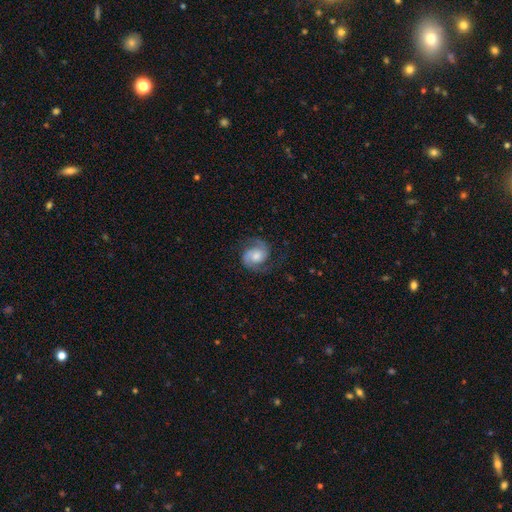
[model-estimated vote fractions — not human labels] Smooth or featured? featured or disk (81%)
Edge-on disk? no (98%)
Bar? no (64%)
Spiral arms? yes (97%)
Spiral winding? medium (52%)
Spiral arm count? 2 (91%)
Bulge size? moderate (50%)
Merging? none (73%)